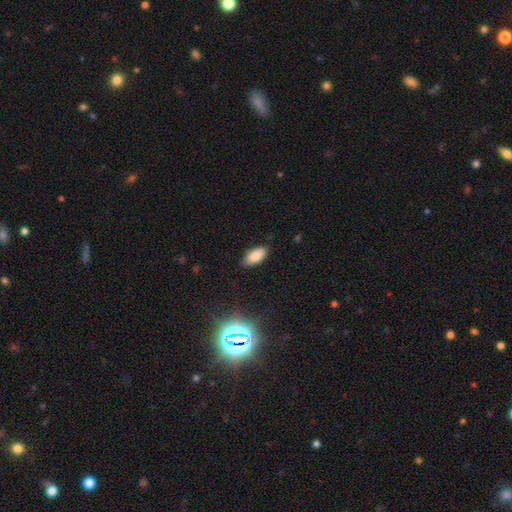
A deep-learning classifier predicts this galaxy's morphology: Smooth or featured?
  - smooth: 84% *
  - star or artifact: 9%
  - featured or disk: 7%
How rounded?
  - in between: 92% *
  - cigar-shaped: 6%
  - round: 3%
Merging?
  - none: 85% *
  - minor disturbance: 12%
  - major disturbance: 2%
  - merger: 1%